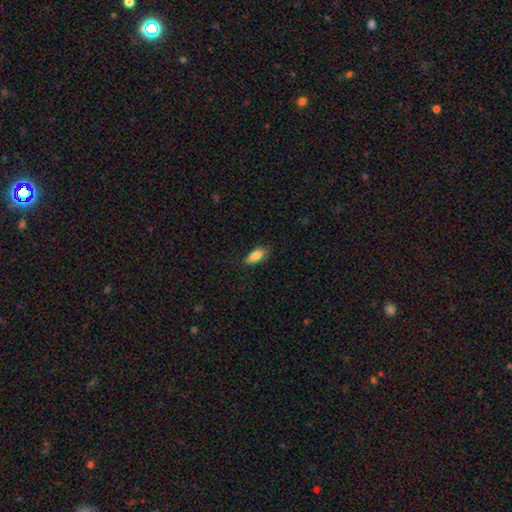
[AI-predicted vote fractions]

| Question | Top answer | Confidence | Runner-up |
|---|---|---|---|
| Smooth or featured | smooth | 85% | featured or disk (8%) |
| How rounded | in between | 84% | cigar-shaped (13%) |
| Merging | none | 81% | minor disturbance (15%) |